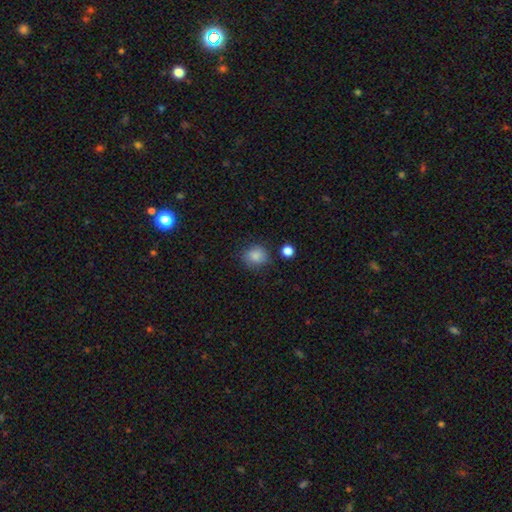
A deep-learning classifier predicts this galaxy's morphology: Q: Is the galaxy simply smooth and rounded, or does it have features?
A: smooth — 86%.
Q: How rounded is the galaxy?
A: round — 76%.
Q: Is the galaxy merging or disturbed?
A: none — 77%.